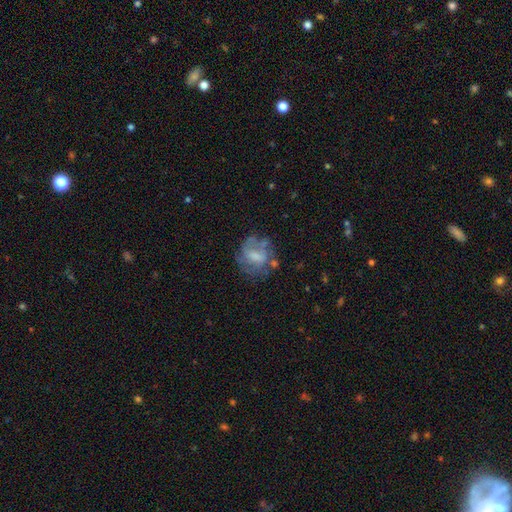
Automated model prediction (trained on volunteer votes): Smooth or featured? Predicted: featured or disk (p=0.47). Merging? Predicted: none (p=0.50).